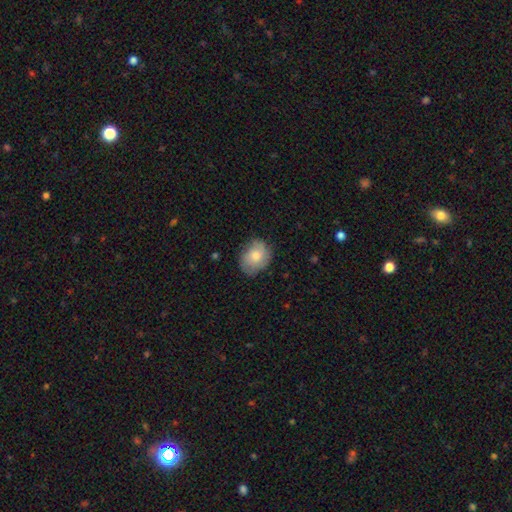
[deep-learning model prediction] Q: Smooth or featured?
A: smooth (65%); runner-up: featured or disk (28%)
Q: How rounded?
A: in between (51%); runner-up: round (48%)
Q: Merging?
A: none (71%); runner-up: minor disturbance (22%)